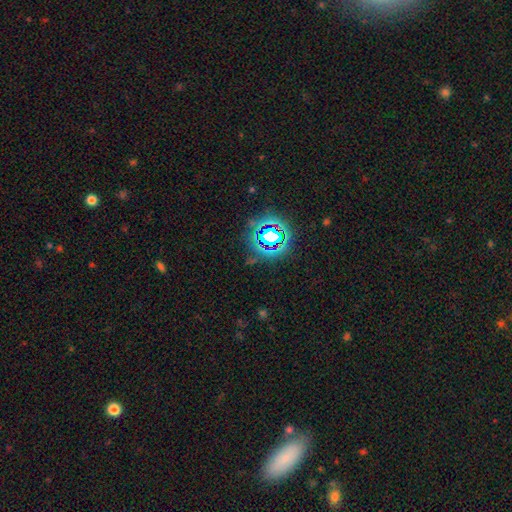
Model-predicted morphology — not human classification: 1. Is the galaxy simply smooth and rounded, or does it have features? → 77% star or artifact, 14% smooth, 8% featured or disk.